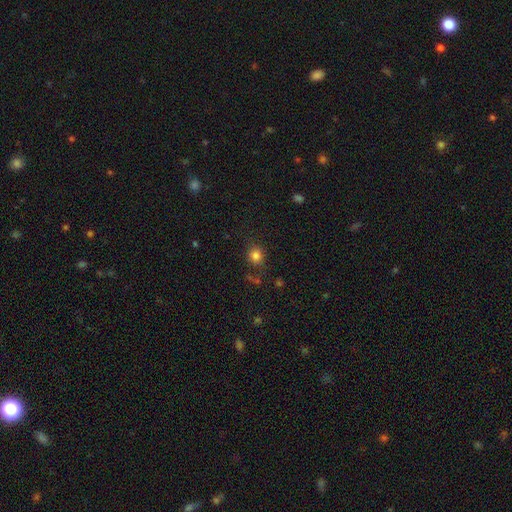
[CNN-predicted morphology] type=smooth (81%); roundness=round (81%); merging=none (78%).